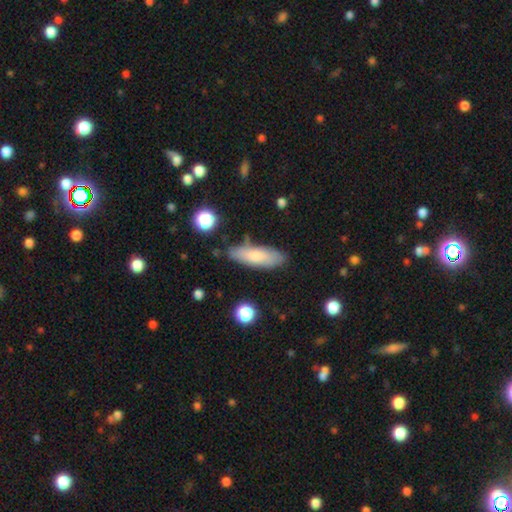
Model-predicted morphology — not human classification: smooth-or-featured: smooth: 75% | featured or disk: 18% | star or artifact: 7%
  how-rounded: in between: 54% | cigar-shaped: 44% | round: 2%
  merging: none: 77% | minor disturbance: 16% | merger: 4% | major disturbance: 3%